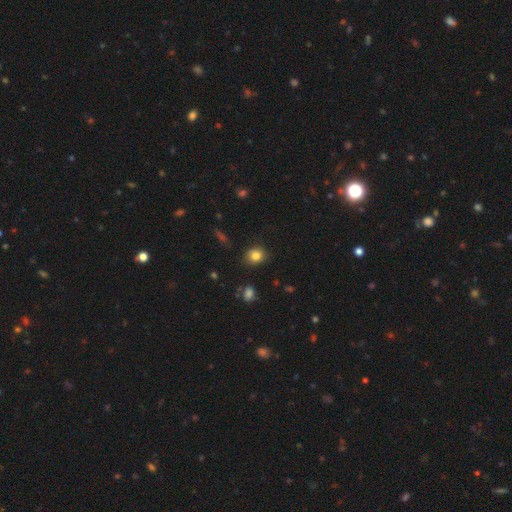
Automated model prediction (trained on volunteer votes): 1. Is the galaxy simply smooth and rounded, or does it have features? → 83% smooth, 10% star or artifact, 6% featured or disk.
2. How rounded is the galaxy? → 70% round, 29% in between, 1% cigar-shaped.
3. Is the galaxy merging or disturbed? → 84% none, 12% minor disturbance, 3% major disturbance, 2% merger.